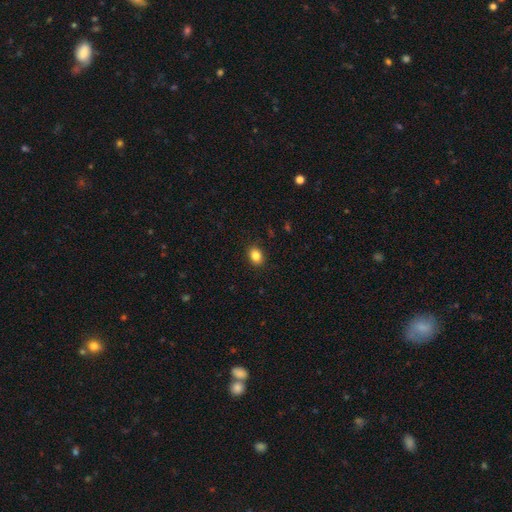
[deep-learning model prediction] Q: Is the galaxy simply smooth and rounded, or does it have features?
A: smooth — 85%.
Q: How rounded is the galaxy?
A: in between — 63%.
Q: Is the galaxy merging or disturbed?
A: none — 89%.